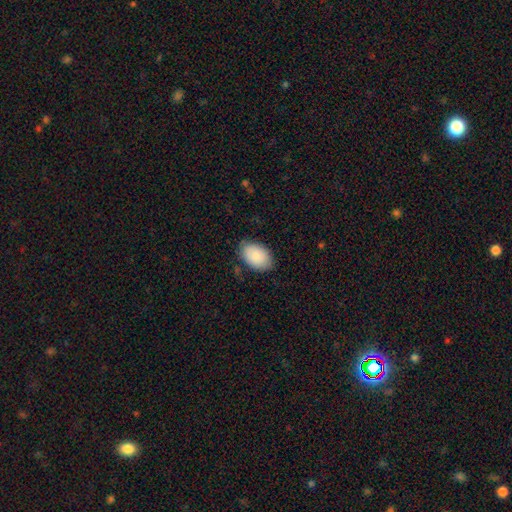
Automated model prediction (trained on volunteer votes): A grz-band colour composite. It shows a smooth galaxy with no disk features (89%) that is in between round and cigar-shaped (91%). Merging: none (80%).